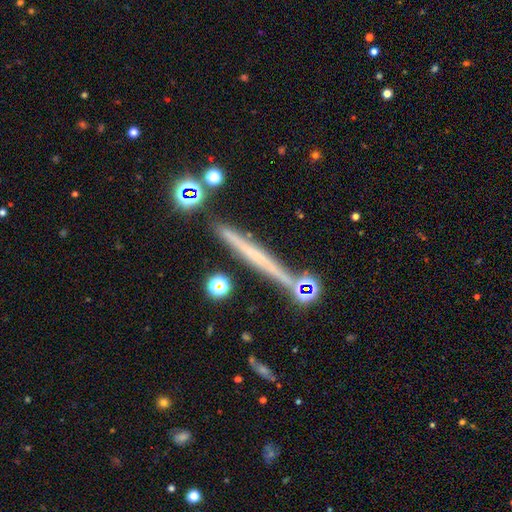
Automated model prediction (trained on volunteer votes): Smooth or featured: featured or disk — 57% (smooth — 31%)
Edge-on disk: yes — 95% (no — 5%)
Edge-on bulge: none — 80% (rounded — 14%)
Merging: none — 81% (minor disturbance — 10%)